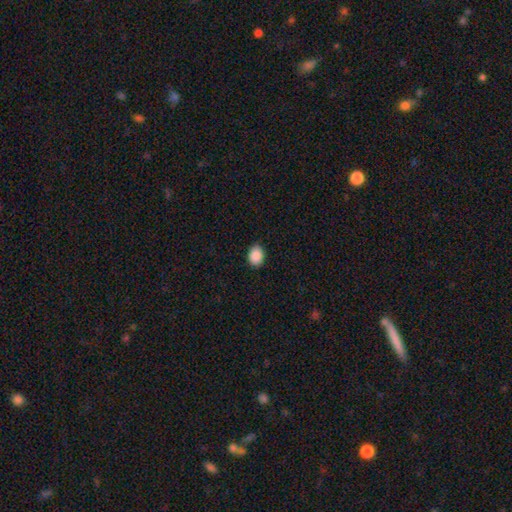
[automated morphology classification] A smooth galaxy with no disk features (90%) that is in between round and cigar-shaped (73%). Merging: none (85%).